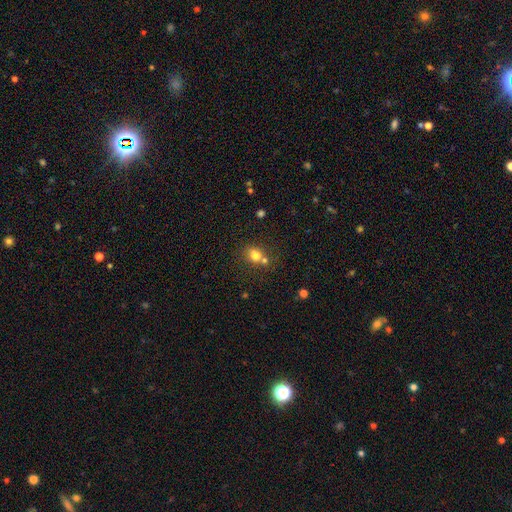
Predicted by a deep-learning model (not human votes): A smooth galaxy with no disk features (75%) that is round (58%). Merging: none (49%).